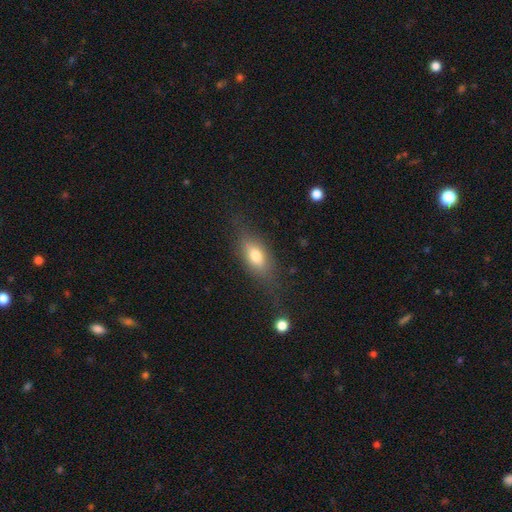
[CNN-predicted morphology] Smooth or featured: smooth — 70% (featured or disk — 21%)
How rounded: in between — 77% (cigar-shaped — 15%)
Merging: none — 71% (minor disturbance — 18%)